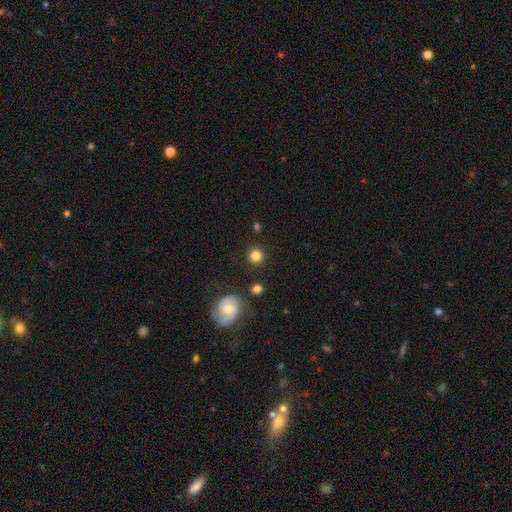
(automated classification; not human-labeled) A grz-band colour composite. It shows a smooth galaxy with no disk features (82%) that is round (92%). Merging: none (87%).